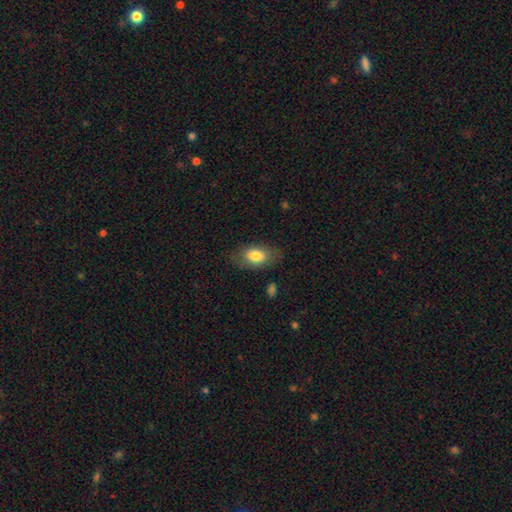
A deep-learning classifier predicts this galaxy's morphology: Smooth or featured: smooth — 78% (featured or disk — 14%)
How rounded: in between — 86% (round — 12%)
Merging: none — 74% (minor disturbance — 18%)